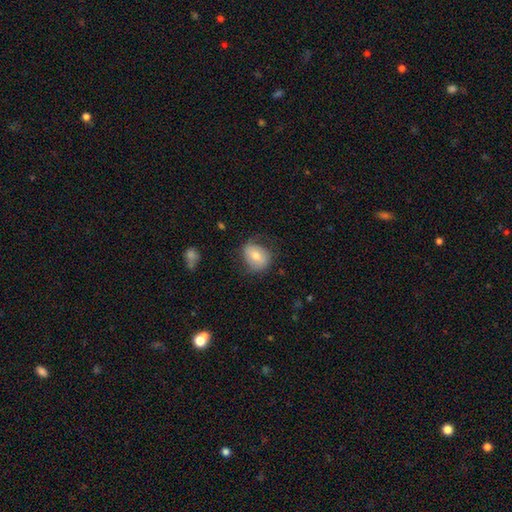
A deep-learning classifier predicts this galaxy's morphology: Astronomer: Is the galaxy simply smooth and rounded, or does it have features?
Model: smooth — 67%.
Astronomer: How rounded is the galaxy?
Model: in between — 52% (runner-up: round, 46%).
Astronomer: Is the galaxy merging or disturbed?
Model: none — 67%.